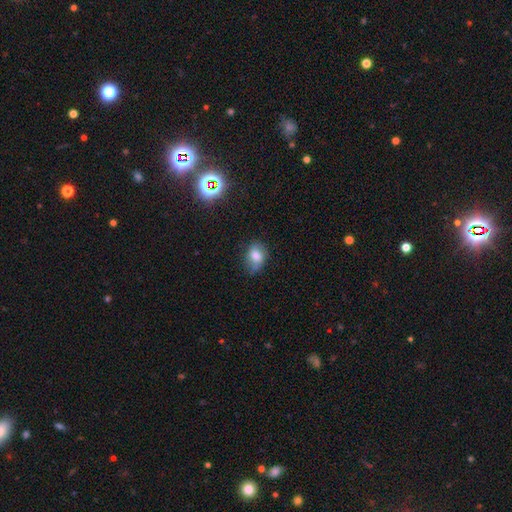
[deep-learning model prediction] Smooth or featured? Predicted: smooth (p=0.76). How rounded? Predicted: in between (p=0.70). Merging? Predicted: none (p=0.56).